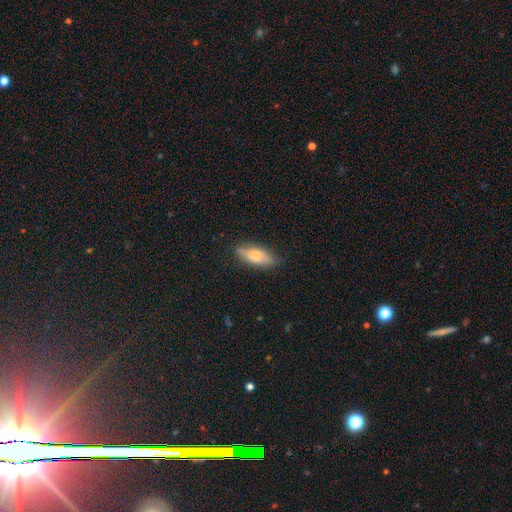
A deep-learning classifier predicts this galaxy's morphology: smooth_or_featured: smooth (p=0.66) [alt: featured or disk p=0.27]
how_rounded: in between (p=0.61) [alt: cigar-shaped p=0.36]
merging: none (p=0.79) [alt: minor disturbance p=0.16]